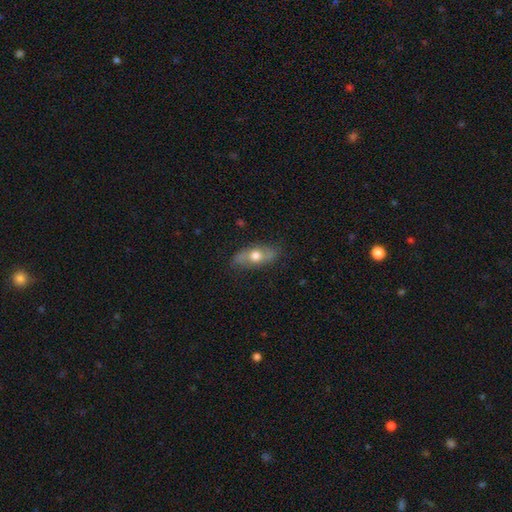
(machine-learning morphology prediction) The model was most divided on "smooth or featured": smooth: 52%, featured or disk: 41%, star or artifact: 7%. More confident: merging — none (78%); how rounded — in between (74%).